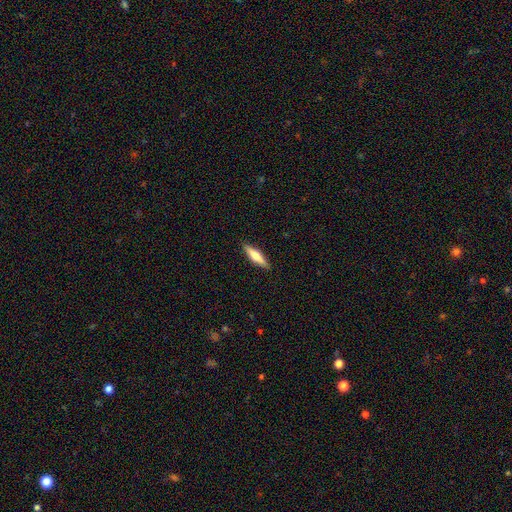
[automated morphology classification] A smooth galaxy with no disk features (52%) that is cigar-shaped (74%). Merging: none (90%).